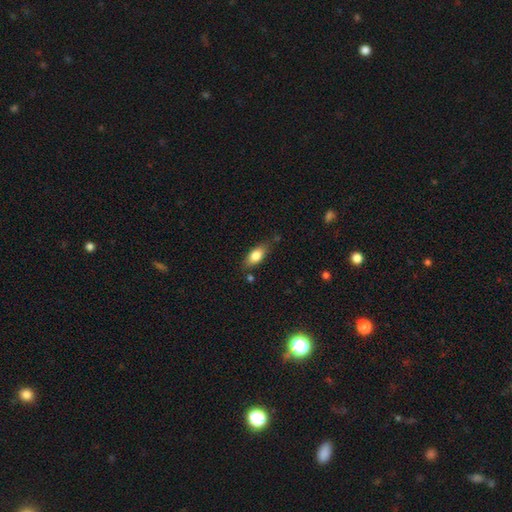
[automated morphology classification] smooth_or_featured: smooth (p=0.79) [alt: featured or disk p=0.14]
how_rounded: in between (p=0.84) [alt: cigar-shaped p=0.12]
merging: none (p=0.73) [alt: minor disturbance p=0.19]